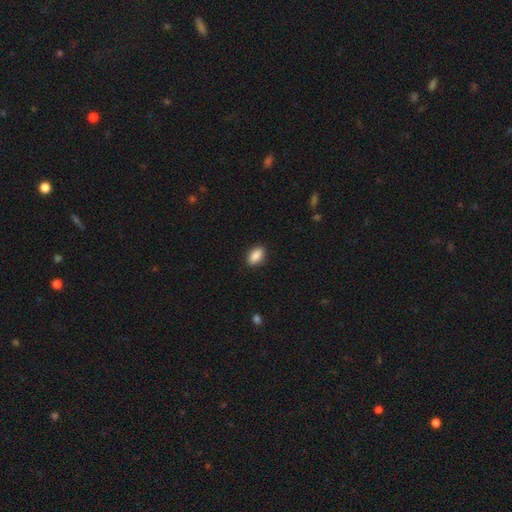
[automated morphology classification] This is clearly a smooth galaxy (89%). How rounded: clearly in between (90%). Merging: clearly none (88%).